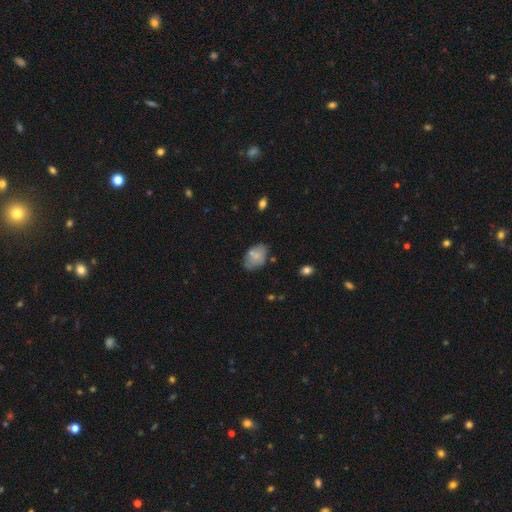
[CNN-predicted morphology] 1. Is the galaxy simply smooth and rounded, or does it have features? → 70% smooth, 22% featured or disk, 8% star or artifact.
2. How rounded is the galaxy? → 87% in between, 11% round, 1% cigar-shaped.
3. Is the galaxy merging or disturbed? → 63% none, 23% minor disturbance, 7% merger, 6% major disturbance.